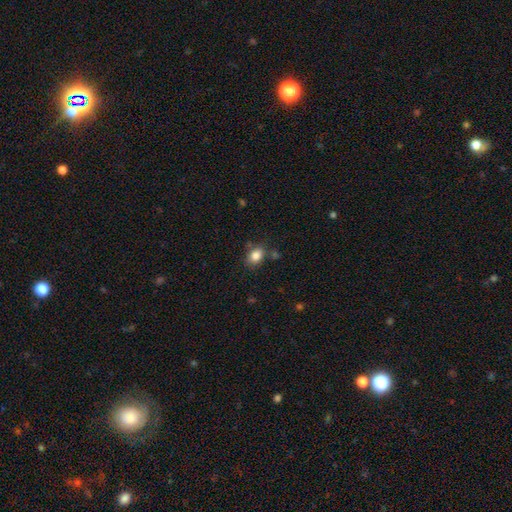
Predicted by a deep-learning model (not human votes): Smooth or featured: smooth — 84% (star or artifact — 10%)
How rounded: in between — 65% (round — 34%)
Merging: none — 75% (minor disturbance — 15%)